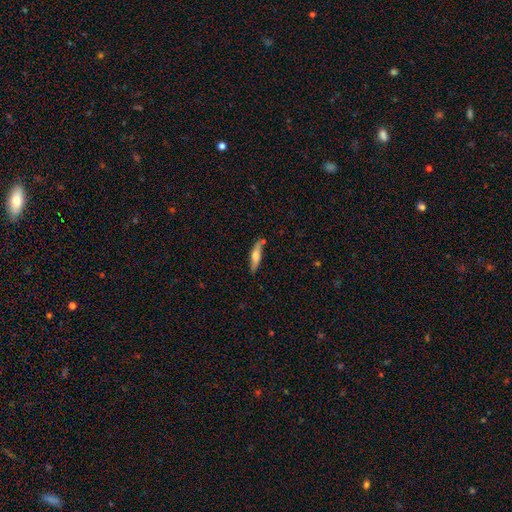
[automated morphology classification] Smooth or featured?
  - smooth: 58% *
  - featured or disk: 36%
  - star or artifact: 6%
How rounded?
  - cigar-shaped: 73% *
  - in between: 25%
  - round: 2%
Merging?
  - none: 70% *
  - minor disturbance: 20%
  - merger: 6%
  - major disturbance: 4%